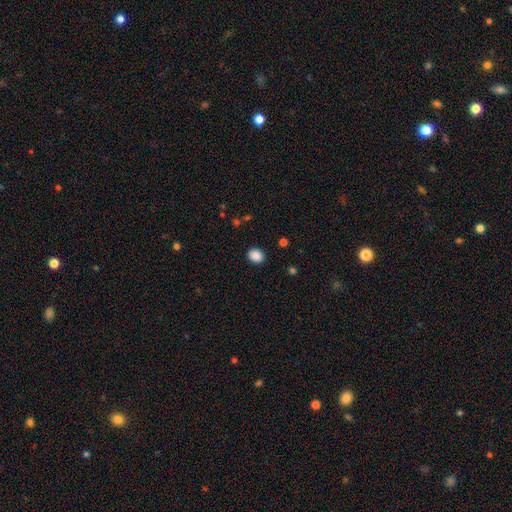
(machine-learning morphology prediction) This is clearly a smooth galaxy (88%). How rounded: likely round (62%). Merging: clearly none (90%).